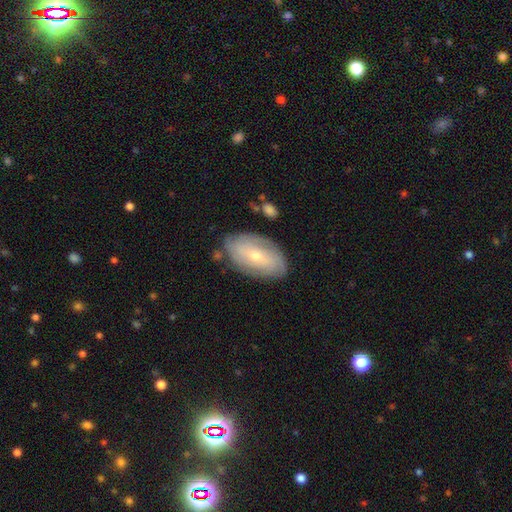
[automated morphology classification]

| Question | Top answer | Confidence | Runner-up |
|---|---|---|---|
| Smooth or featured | featured or disk | 60% | smooth (33%) |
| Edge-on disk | no | 91% | yes (9%) |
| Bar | no | 56% | weak (31%) |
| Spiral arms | yes | 73% | no (27%) |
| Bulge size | small | 62% | moderate (35%) |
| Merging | none | 77% | minor disturbance (16%) |